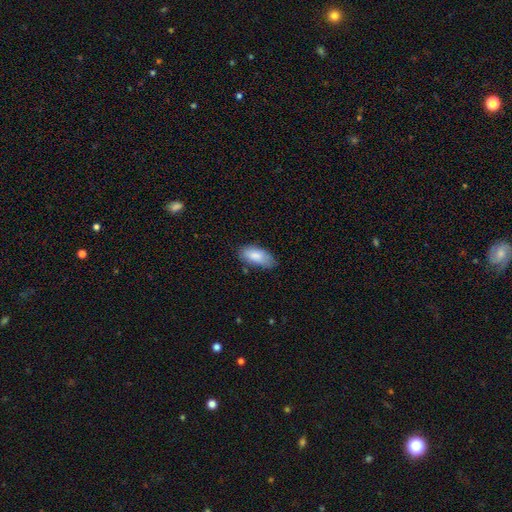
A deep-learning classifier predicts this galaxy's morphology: Q: Smooth or featured?
A: smooth (84%); runner-up: featured or disk (10%)
Q: How rounded?
A: in between (90%); runner-up: cigar-shaped (7%)
Q: Merging?
A: none (68%); runner-up: minor disturbance (26%)